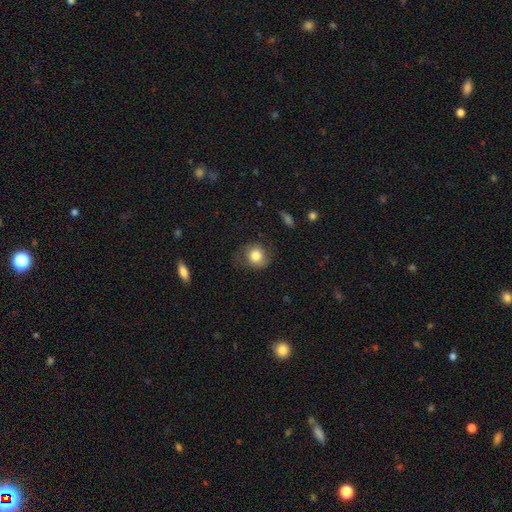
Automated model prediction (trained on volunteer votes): Overall: smooth (77%). How rounded: round (76%). Merging: none (65%).